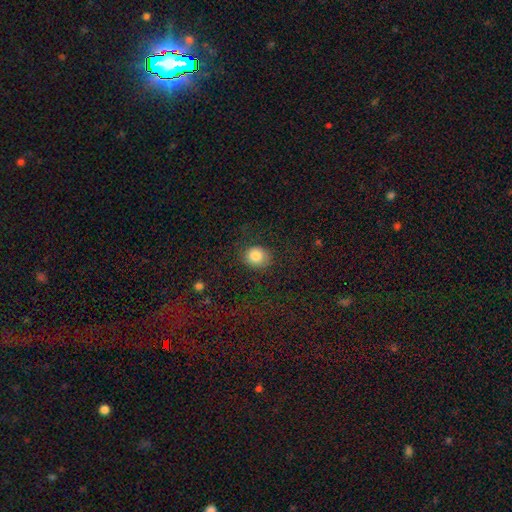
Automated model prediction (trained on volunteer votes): smooth 84%, star or artifact 10%, featured or disk 7%. Down the decision tree: how rounded — round (74%); merging — none (79%).